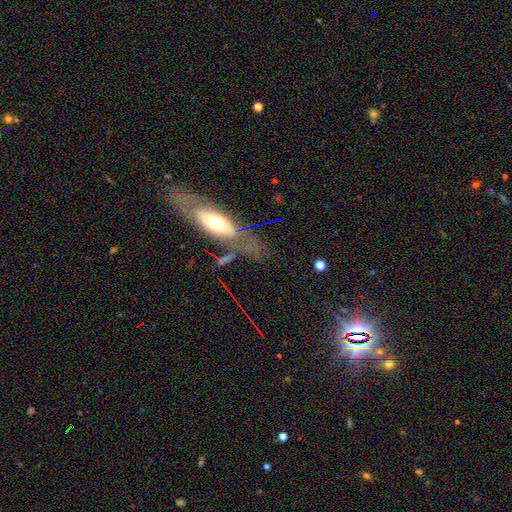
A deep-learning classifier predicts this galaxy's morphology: Q: Smooth or featured?
A: featured or disk (57%); runner-up: smooth (29%)
Q: Edge-on disk?
A: no (58%); runner-up: yes (42%)
Q: Merging?
A: none (62%); runner-up: minor disturbance (18%)